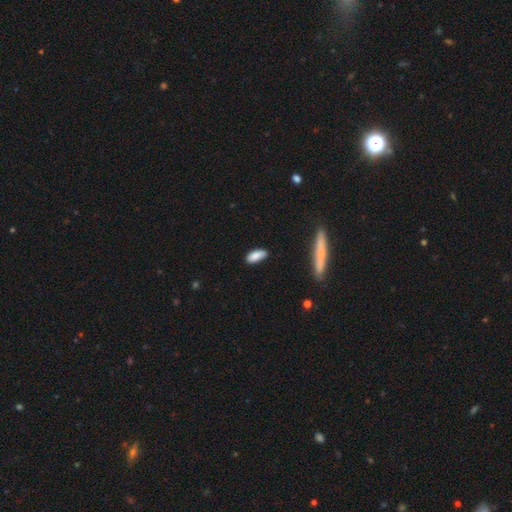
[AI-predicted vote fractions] smooth_or_featured: smooth (p=0.87) [alt: star or artifact p=0.07]
how_rounded: in between (p=0.80) [alt: cigar-shaped p=0.18]
merging: none (p=0.81) [alt: minor disturbance p=0.15]